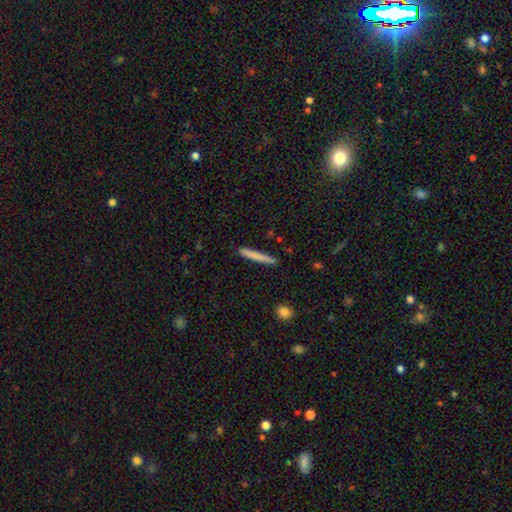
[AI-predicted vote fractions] This appears to be a smooth galaxy with no disk features (74%) that is cigar-shaped (96%). Merging: none (90%).